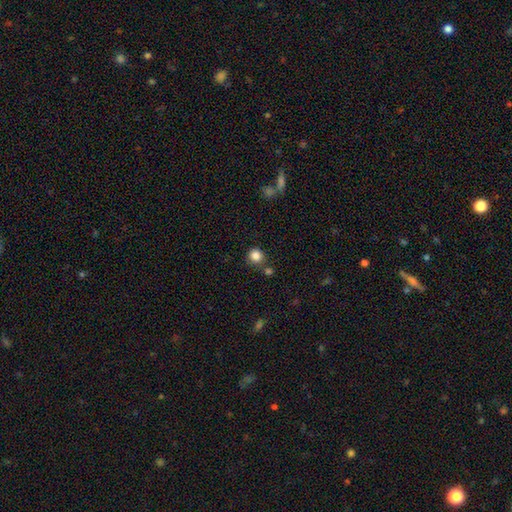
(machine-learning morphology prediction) A smooth galaxy with no disk features (85%) that is round (92%). Merging: none (77%).